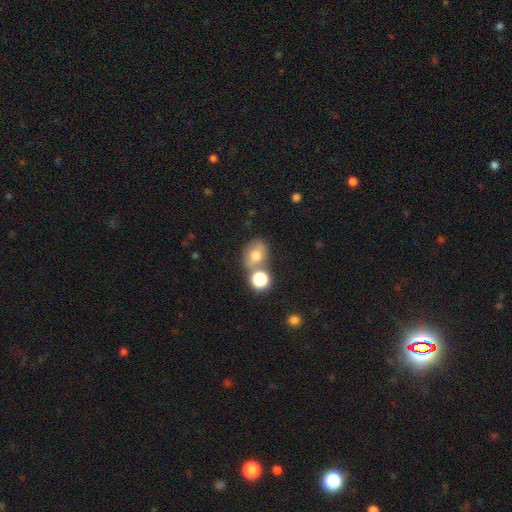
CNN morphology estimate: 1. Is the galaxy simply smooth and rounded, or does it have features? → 69% smooth, 17% featured or disk, 14% star or artifact.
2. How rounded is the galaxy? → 53% round, 46% in between, 1% cigar-shaped.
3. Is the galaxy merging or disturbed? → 56% none, 24% merger, 14% minor disturbance, 6% major disturbance.